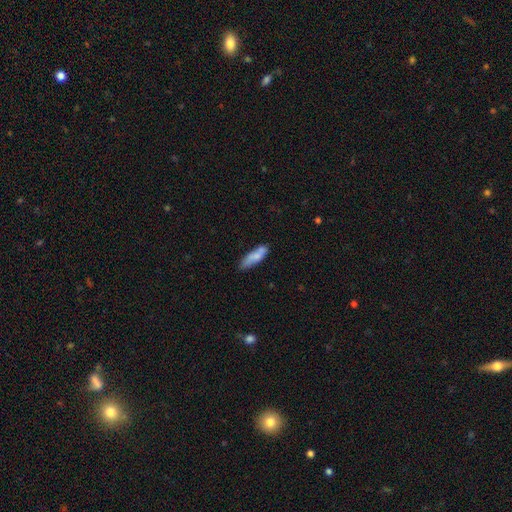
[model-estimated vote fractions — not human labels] Smooth or featured? Predicted: smooth (p=0.76). How rounded? Predicted: cigar-shaped (p=0.53). Merging? Predicted: none (p=0.64).